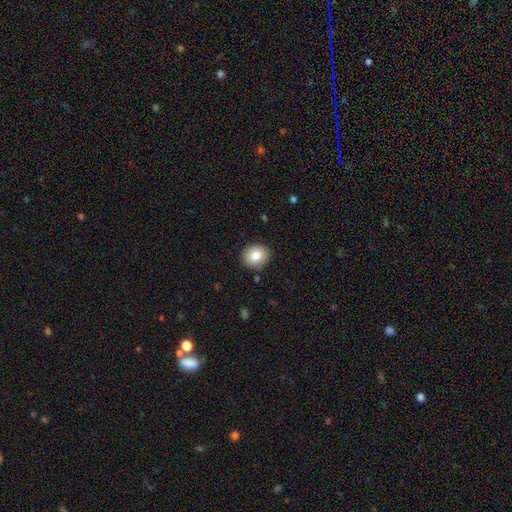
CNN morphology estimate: A smooth galaxy with no disk features (81%) that is round (67%). Merging: none (88%).